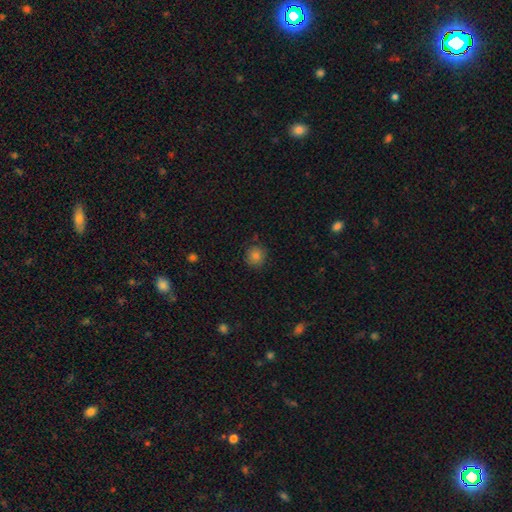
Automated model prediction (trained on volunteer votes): Smooth or featured? smooth (81%)
How rounded? round (92%)
Merging? none (85%)